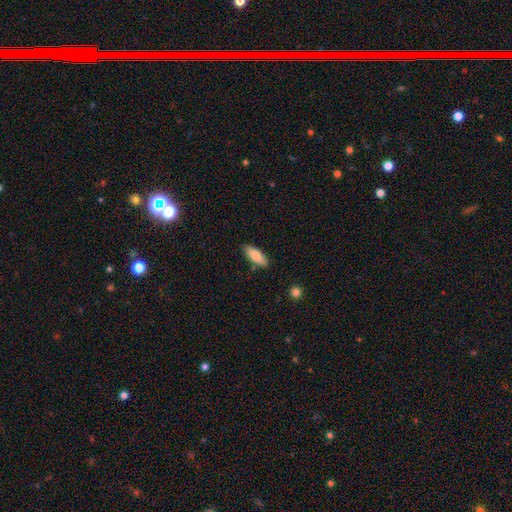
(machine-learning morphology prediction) smooth 80%, featured or disk 14%, star or artifact 6%. Down the decision tree: how rounded — in between (74%); merging — none (85%).